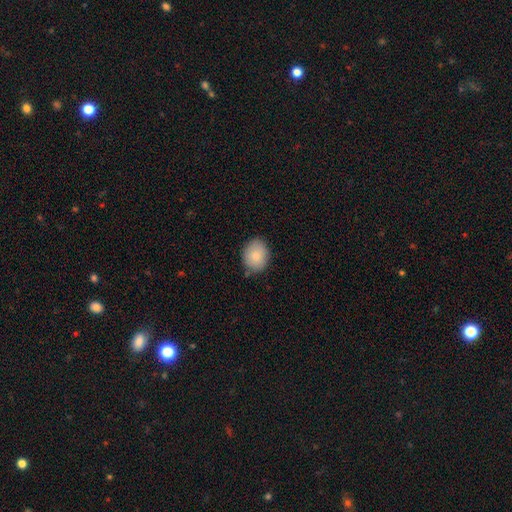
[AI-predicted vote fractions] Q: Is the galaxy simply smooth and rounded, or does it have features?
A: smooth — 84%.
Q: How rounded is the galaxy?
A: round — 50%.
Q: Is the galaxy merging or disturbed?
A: none — 80%.